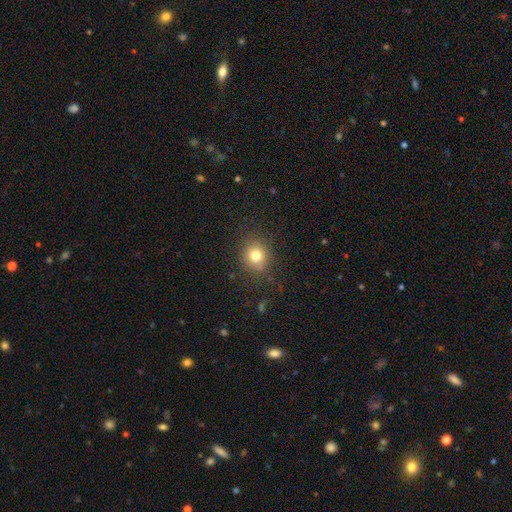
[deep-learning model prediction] This is likely a smooth galaxy (77%). How rounded: clearly round (86%). Merging: clearly none (83%).